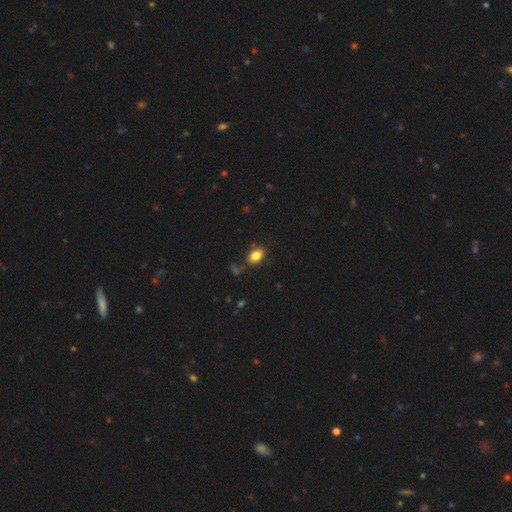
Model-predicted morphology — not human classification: Smooth or featured?
  - smooth: 83% *
  - star or artifact: 10%
  - featured or disk: 7%
How rounded?
  - in between: 84% *
  - round: 15%
  - cigar-shaped: 2%
Merging?
  - none: 81% *
  - minor disturbance: 12%
  - merger: 4%
  - major disturbance: 3%